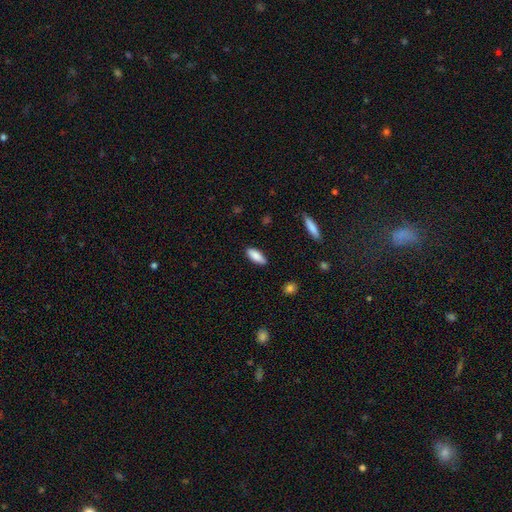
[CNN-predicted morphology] type=smooth (86%); roundness=in between (72%); merging=none (86%).